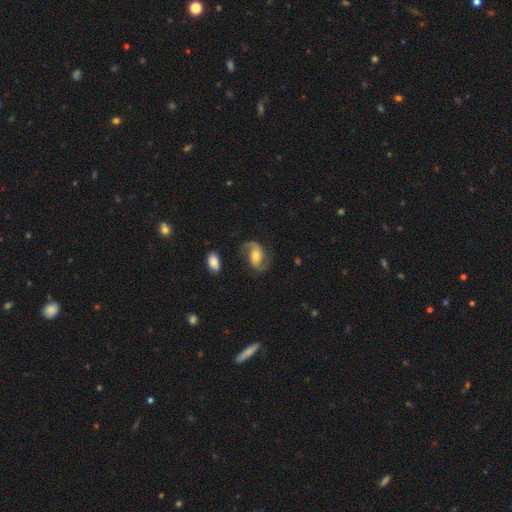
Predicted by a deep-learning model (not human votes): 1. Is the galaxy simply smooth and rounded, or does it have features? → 82% featured or disk, 12% smooth, 6% star or artifact.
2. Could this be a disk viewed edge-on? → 97% no, 3% yes.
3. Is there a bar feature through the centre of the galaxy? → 42% no, 40% weak, 17% strong.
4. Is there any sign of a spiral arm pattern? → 96% yes, 4% no.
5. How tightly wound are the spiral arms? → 47% loose, 43% medium, 10% tight.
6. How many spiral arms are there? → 90% 2, 5% 1, 2% can't tell, 1% 3, 1% 4, 1% more than 4.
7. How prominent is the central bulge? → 60% moderate, 23% small, 12% large, 3% none, 2% dominant.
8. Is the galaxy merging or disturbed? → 74% none, 15% minor disturbance, 8% major disturbance, 3% merger.